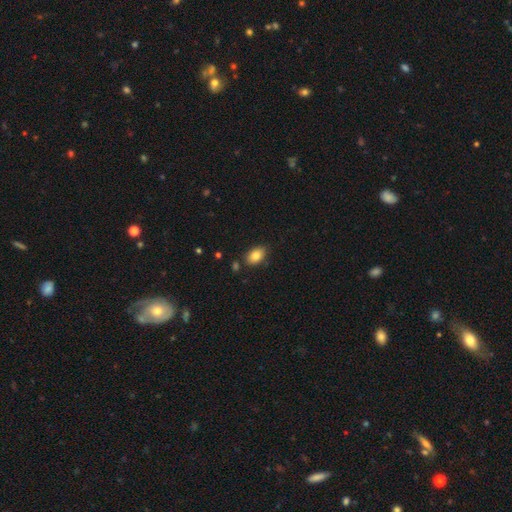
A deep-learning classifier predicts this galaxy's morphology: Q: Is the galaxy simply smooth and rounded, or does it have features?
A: smooth — 83%.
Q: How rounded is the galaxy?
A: in between — 84%.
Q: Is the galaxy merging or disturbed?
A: none — 78%.